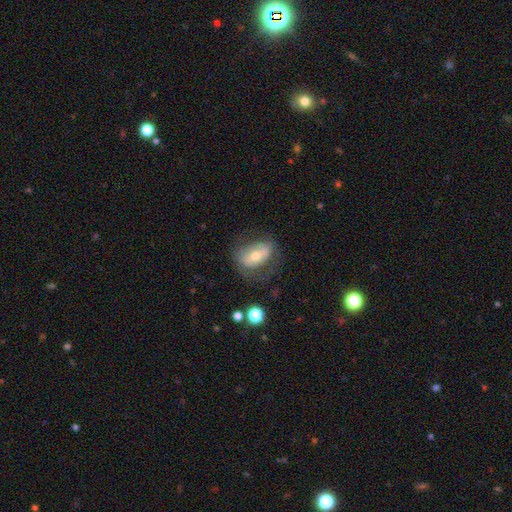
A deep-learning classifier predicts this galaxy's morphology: smooth-or-featured: featured or disk: 46% (tied) | smooth: 46% (tied) | star or artifact: 8%
  merging: none: 58% | minor disturbance: 23% | major disturbance: 17% | merger: 2%